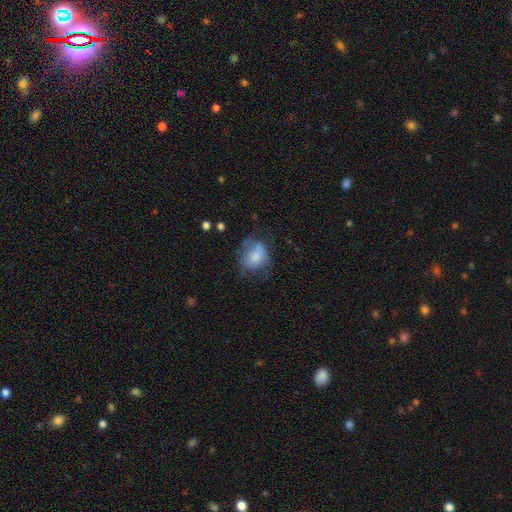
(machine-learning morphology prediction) Smooth or featured? Predicted: smooth (p=0.68). How rounded? Predicted: in between (p=0.56). Merging? Predicted: none (p=0.38).